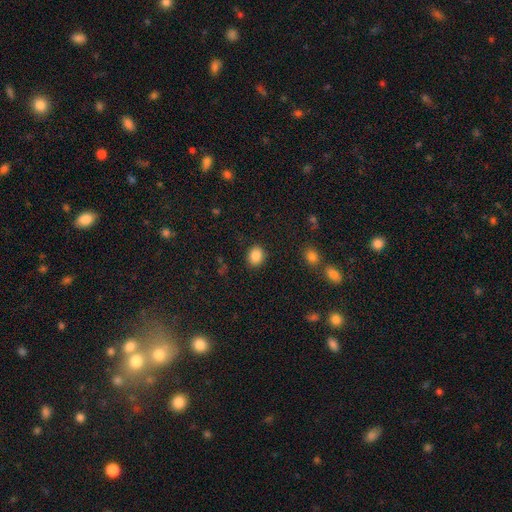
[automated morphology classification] Q: Smooth or featured?
A: smooth (86%); runner-up: star or artifact (9%)
Q: How rounded?
A: round (58%); runner-up: in between (41%)
Q: Merging?
A: none (88%); runner-up: minor disturbance (8%)